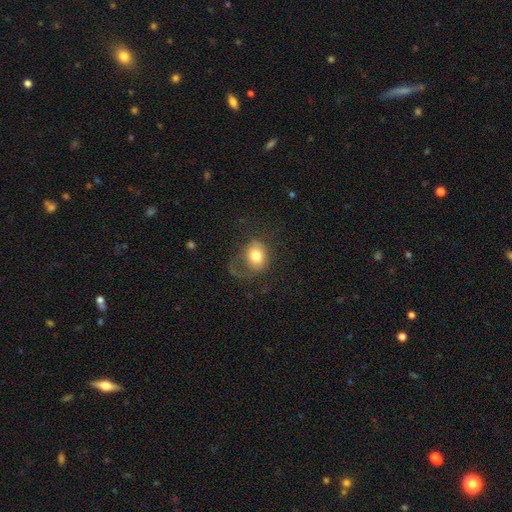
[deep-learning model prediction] Morphology: type=smooth (71%); roundness=round (55%); merging=none (39%).